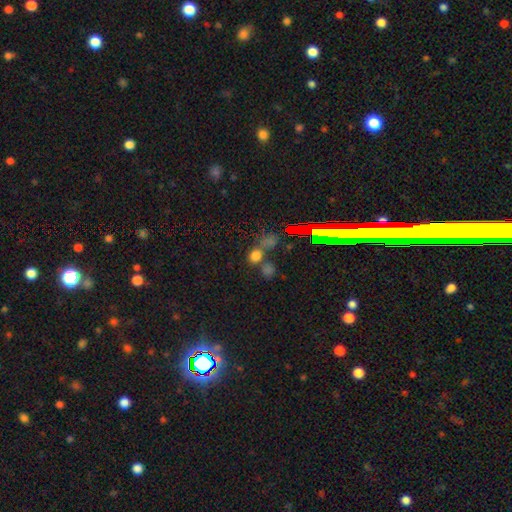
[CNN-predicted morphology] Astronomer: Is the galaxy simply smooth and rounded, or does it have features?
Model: smooth — 63%.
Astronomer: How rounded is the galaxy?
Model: round — 66%.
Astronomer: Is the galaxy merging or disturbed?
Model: none — 47% (runner-up: merger, 37%).